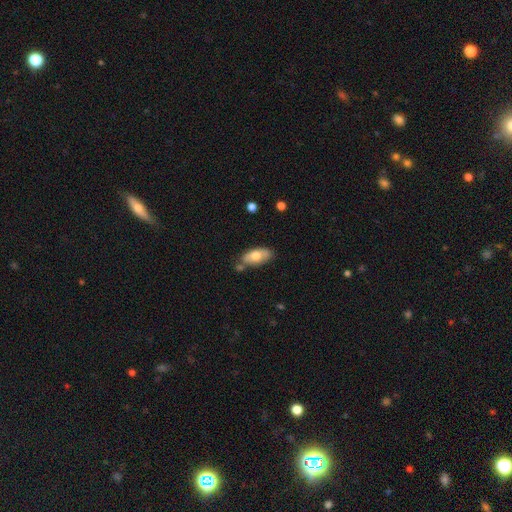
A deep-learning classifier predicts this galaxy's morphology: smooth_or_featured: smooth (p=0.69) [alt: featured or disk p=0.24]
how_rounded: in between (p=0.89) [alt: cigar-shaped p=0.08]
merging: none (p=0.69) [alt: minor disturbance p=0.18]